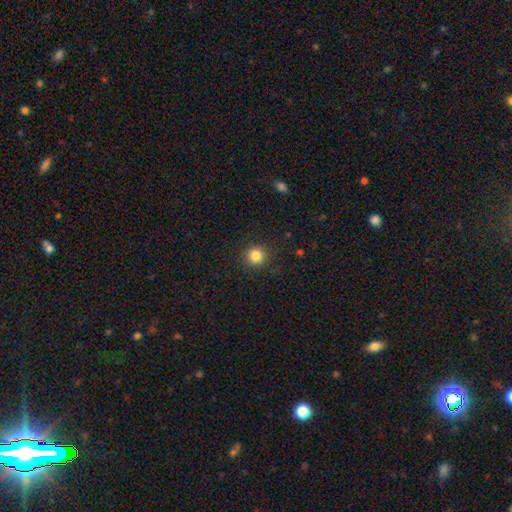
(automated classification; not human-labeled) Smooth or featured: smooth — 83% (star or artifact — 12%)
How rounded: round — 94% (in between — 5%)
Merging: none — 91% (minor disturbance — 5%)